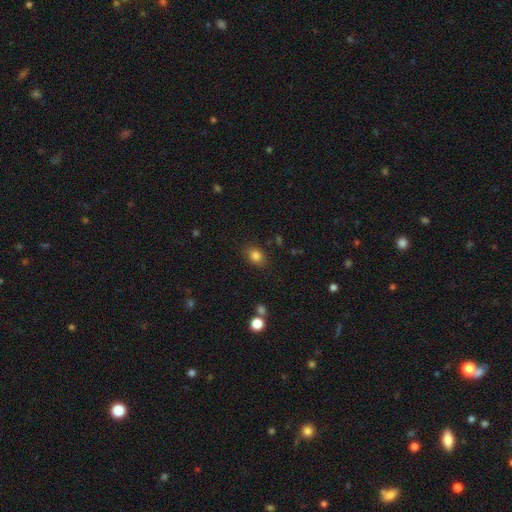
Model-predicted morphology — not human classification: Smooth or featured: smooth — 82% (star or artifact — 12%)
How rounded: in between — 56% (round — 43%)
Merging: none — 84% (minor disturbance — 11%)